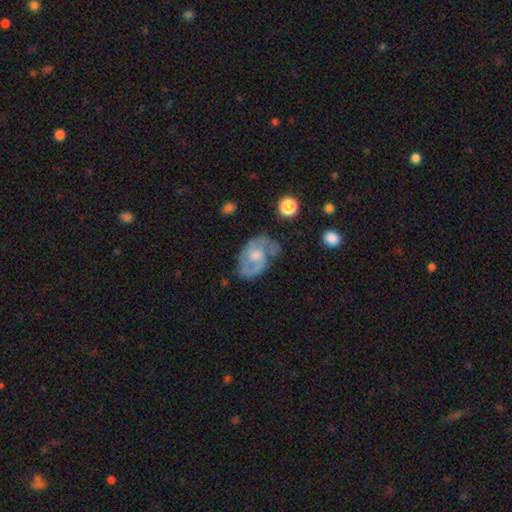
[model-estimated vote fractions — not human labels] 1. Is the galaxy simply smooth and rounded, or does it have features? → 73% featured or disk, 20% smooth, 7% star or artifact.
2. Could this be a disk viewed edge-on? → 96% no, 4% yes.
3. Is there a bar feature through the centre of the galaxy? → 63% no, 32% weak, 5% strong.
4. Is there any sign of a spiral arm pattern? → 82% yes, 18% no.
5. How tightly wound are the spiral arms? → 47% medium, 33% tight, 20% loose.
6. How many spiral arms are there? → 66% 2, 20% can't tell, 6% 3, 6% 1, 2% 4, 2% more than 4.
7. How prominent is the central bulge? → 56% moderate, 31% small, 6% large, 6% none, 1% dominant.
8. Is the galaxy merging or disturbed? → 58% none, 26% minor disturbance, 13% major disturbance, 3% merger.